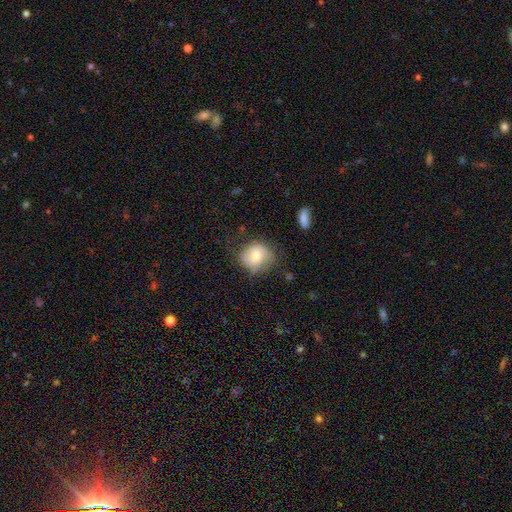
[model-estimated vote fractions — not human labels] smooth-or-featured: smooth: 73% | featured or disk: 19% | star or artifact: 8%
  how-rounded: round: 74% | in between: 25% | cigar-shaped: 1%
  merging: none: 57% | minor disturbance: 29% | major disturbance: 12% | merger: 2%